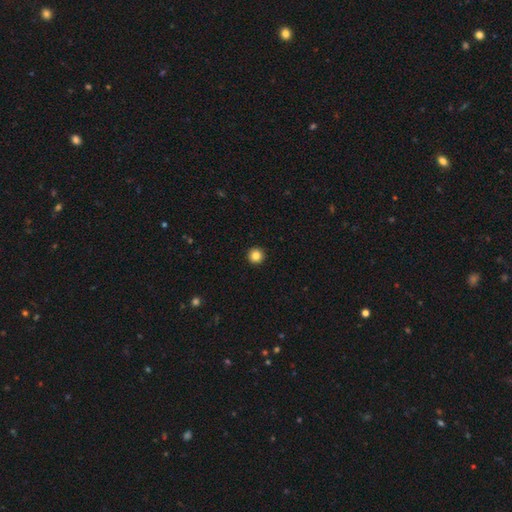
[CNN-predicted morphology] Overall: smooth (85%). How rounded: round (97%). Merging: none (94%).